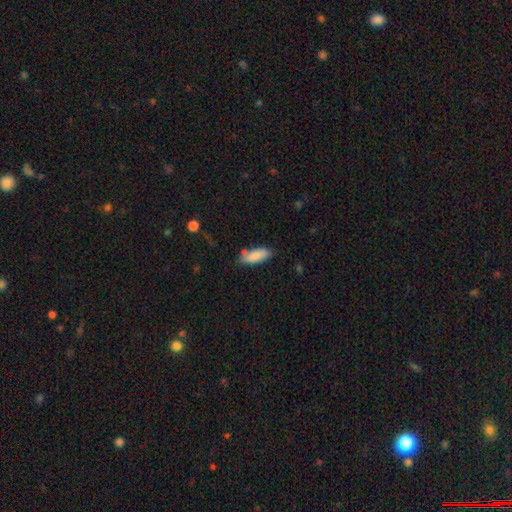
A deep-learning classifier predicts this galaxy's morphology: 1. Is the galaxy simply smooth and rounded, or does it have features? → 85% smooth, 8% featured or disk, 6% star or artifact.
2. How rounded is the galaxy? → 67% in between, 31% cigar-shaped, 2% round.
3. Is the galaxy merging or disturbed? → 72% none, 17% minor disturbance, 7% merger, 3% major disturbance.